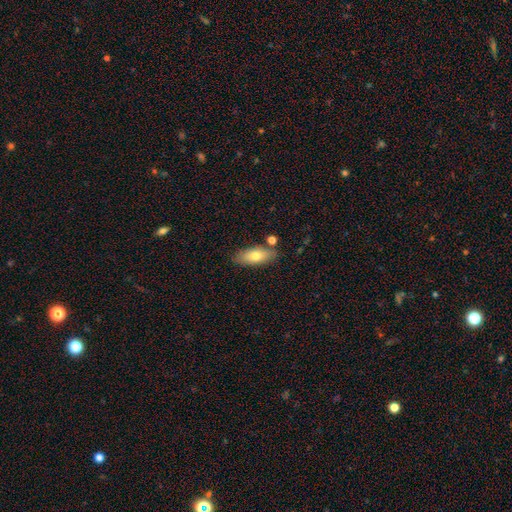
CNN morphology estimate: Smooth or featured: smooth — 72% (featured or disk — 21%)
How rounded: in between — 76% (cigar-shaped — 21%)
Merging: none — 78% (minor disturbance — 13%)